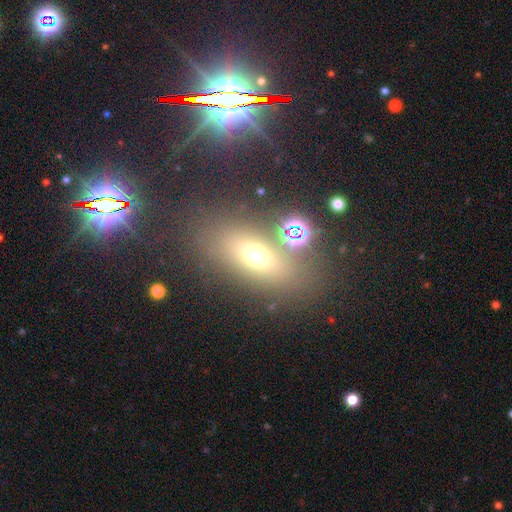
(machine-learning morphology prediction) This is possibly a smooth galaxy (53%). How rounded: likely in between (73%). Merging: likely none (71%).